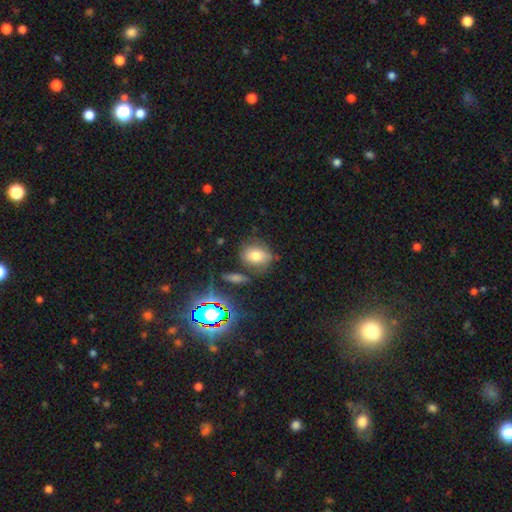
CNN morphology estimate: Smooth or featured? smooth (70%)
How rounded? round (49%, tied with in between)
Merging? none (67%)